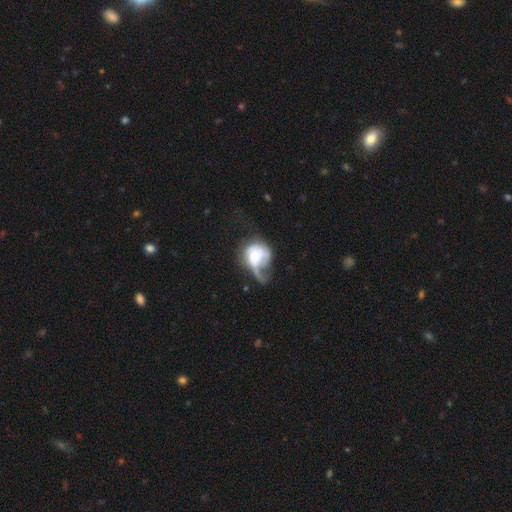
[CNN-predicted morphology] smooth_or_featured: featured or disk (p=0.55) [alt: smooth p=0.38]
disk_edge_on: no (p=0.97) [alt: yes p=0.03]
bar: no (p=0.75) [alt: weak p=0.21]
has_spiral_arms: yes (p=0.67) [alt: no p=0.33]
bulge_size: moderate (p=0.56) [alt: small p=0.28]
merging: major disturbance (p=0.52) [alt: minor disturbance p=0.19]